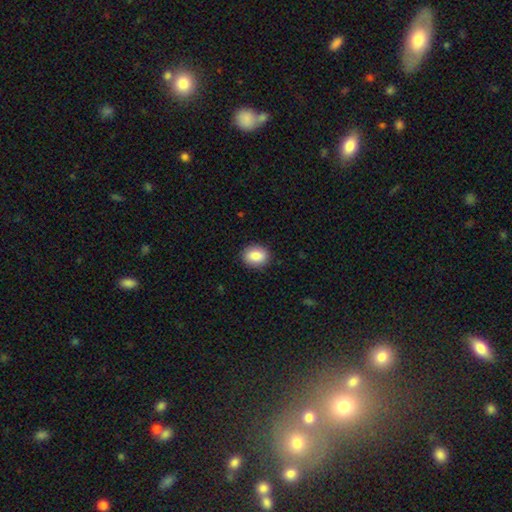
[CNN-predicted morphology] Q: Smooth or featured?
A: smooth (87%); runner-up: star or artifact (7%)
Q: How rounded?
A: in between (53%); runner-up: round (46%)
Q: Merging?
A: none (89%); runner-up: minor disturbance (8%)